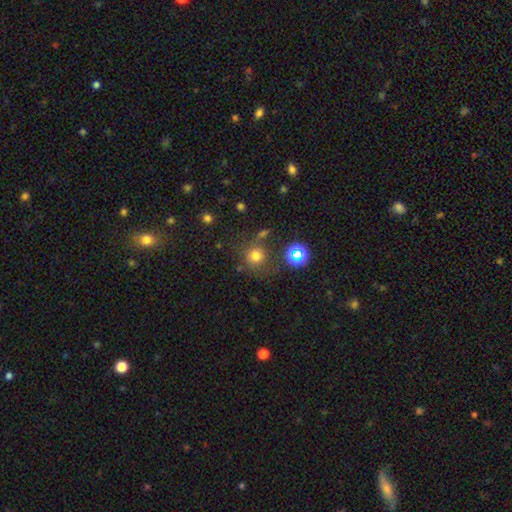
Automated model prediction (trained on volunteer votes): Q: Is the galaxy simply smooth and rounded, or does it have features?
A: smooth — 73%.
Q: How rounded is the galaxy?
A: round — 91%.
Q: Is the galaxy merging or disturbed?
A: none — 73%.